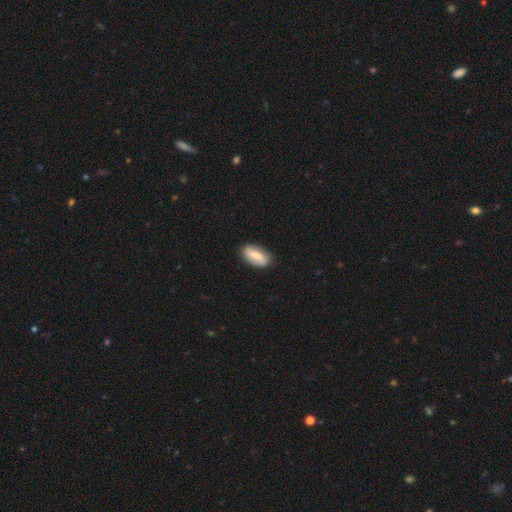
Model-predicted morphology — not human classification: A smooth galaxy with no disk features (63%) that is in between round and cigar-shaped (87%). Merging: none (84%).